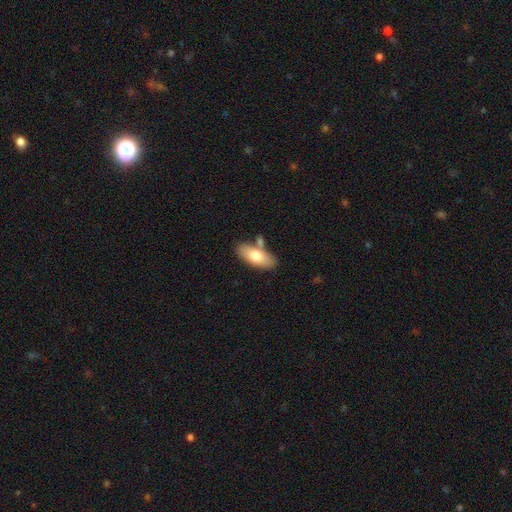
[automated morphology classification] A smooth galaxy with no disk features (71%) that is in between round and cigar-shaped (83%).

Vote fractions:
- Smooth or featured? smooth: 71% / featured or disk: 23% / star or artifact: 6%
- How rounded? in between: 83% / cigar-shaped: 14% / round: 3%
- Merging? none: 70% / merger: 15% / minor disturbance: 13% / major disturbance: 3%